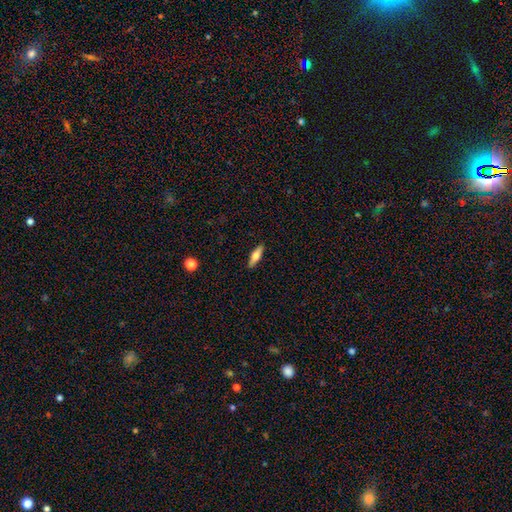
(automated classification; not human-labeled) Q: Smooth or featured?
A: smooth (57%); runner-up: featured or disk (37%)
Q: How rounded?
A: cigar-shaped (60%); runner-up: in between (38%)
Q: Merging?
A: none (90%); runner-up: minor disturbance (7%)